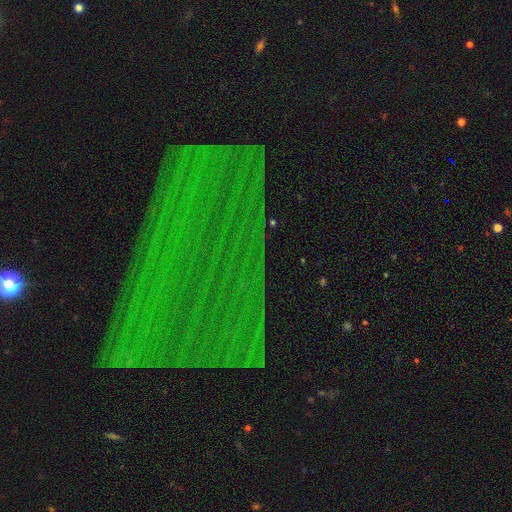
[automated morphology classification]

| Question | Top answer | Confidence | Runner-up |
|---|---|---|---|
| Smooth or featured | star or artifact | 75% | featured or disk (15%) |